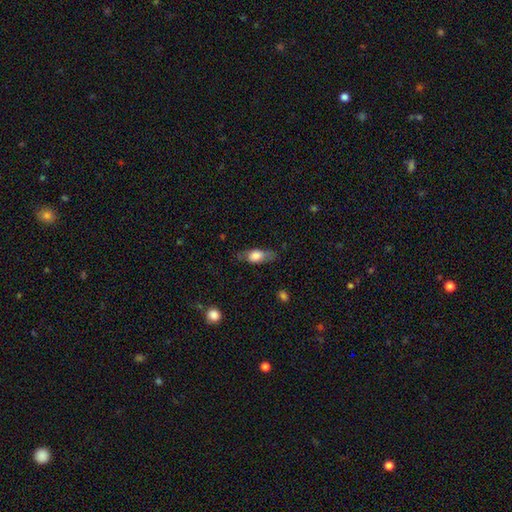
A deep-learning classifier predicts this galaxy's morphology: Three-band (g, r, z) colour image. It shows a smooth galaxy with no disk features (64%) that is in between round and cigar-shaped (73%). Merging: none (69%).